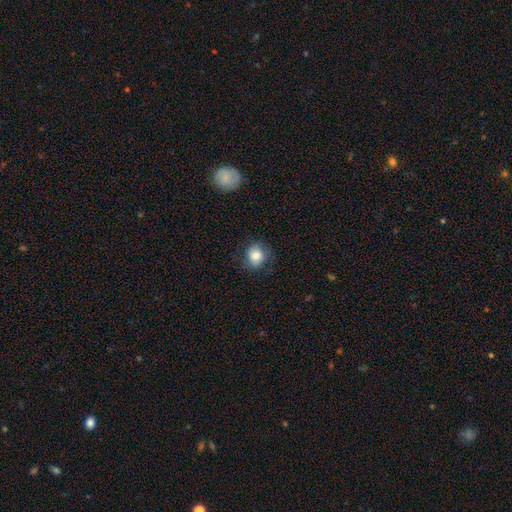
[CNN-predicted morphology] Smooth or featured? Predicted: smooth (p=0.75). How rounded? Predicted: round (p=0.65). Merging? Predicted: none (p=0.71).